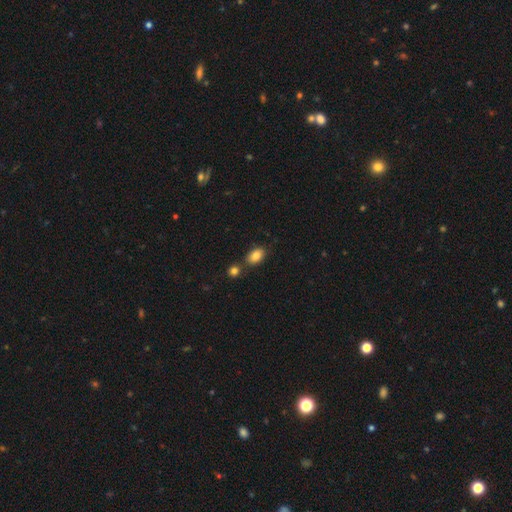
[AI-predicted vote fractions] This is clearly a smooth galaxy (85%). How rounded: clearly in between (86%). Merging: likely none (68%).